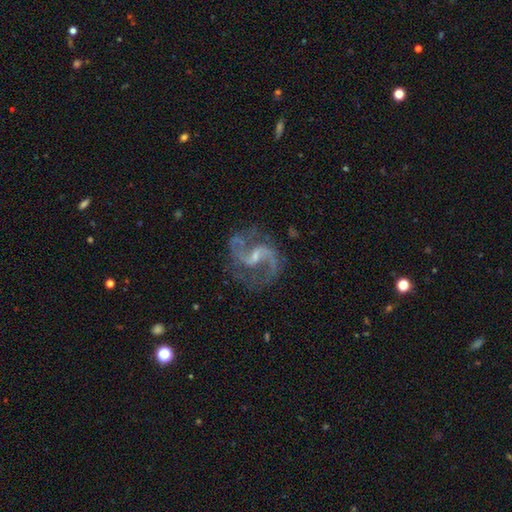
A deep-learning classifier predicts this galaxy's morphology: A featured or disk galaxy (91%) with a weak bar (54%), 2 (93%) medium (53%) spiral arms (98%) and a small central bulge (60%). Merging: none (76%).